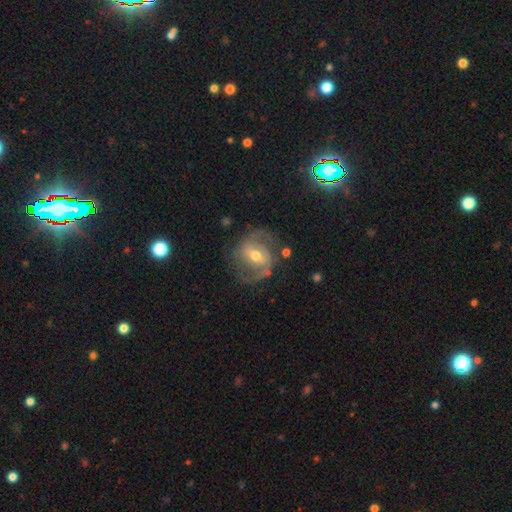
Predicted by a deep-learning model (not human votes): smooth_or_featured: featured or disk (p=0.85) [alt: smooth p=0.09]
disk_edge_on: no (p=0.97) [alt: yes p=0.03]
bar: weak (p=0.47) [alt: strong p=0.30]
has_spiral_arms: yes (p=0.93) [alt: no p=0.07]
spiral_winding: medium (p=0.53) [alt: tight p=0.25]
spiral_arm_count: 2 (p=0.88) [alt: can't tell p=0.05]
bulge_size: moderate (p=0.71) [alt: small p=0.23]
merging: none (p=0.73) [alt: minor disturbance p=0.16]